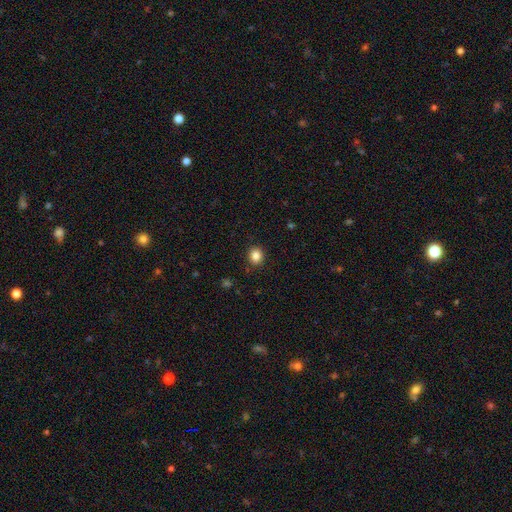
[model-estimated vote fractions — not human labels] The model was most divided on "how rounded": round: 80%, in between: 19%, cigar-shaped: 1%. More confident: merging — none (90%); smooth or featured — smooth (84%).